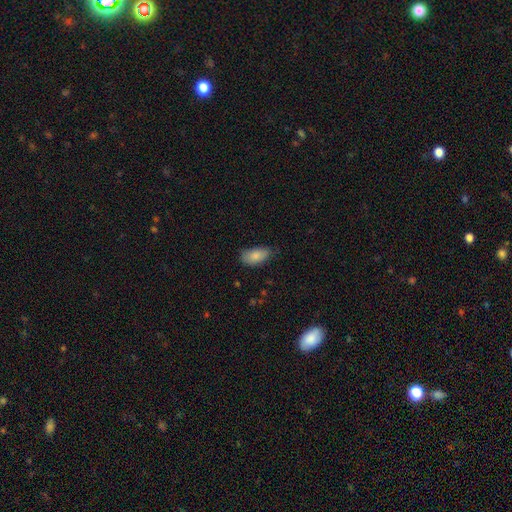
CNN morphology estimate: type=smooth (85%); roundness=in between (92%); merging=none (67%).